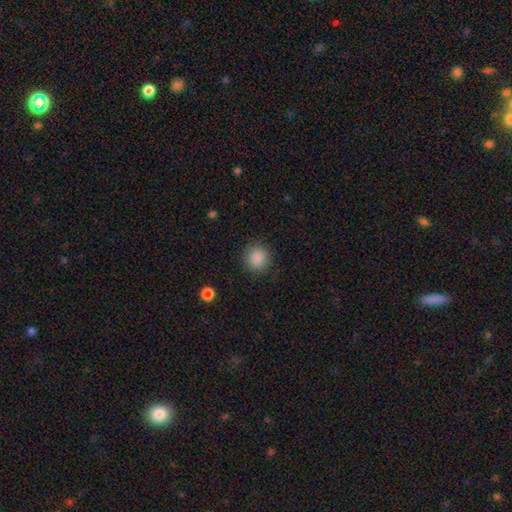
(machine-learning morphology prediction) Overall: smooth (87%). How rounded: round (89%). Merging: none (88%).